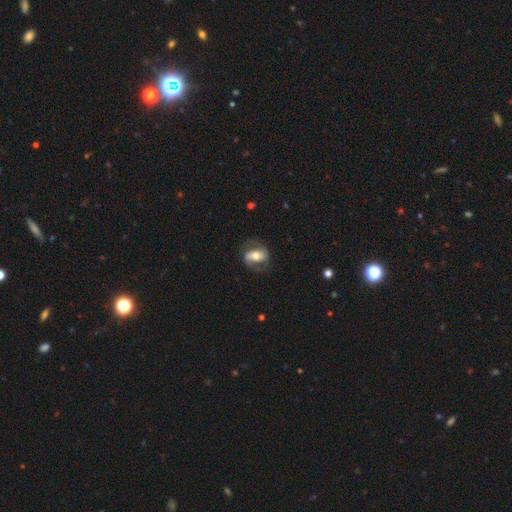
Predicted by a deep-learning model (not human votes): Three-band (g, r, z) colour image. It shows a featured or disk galaxy (68%) with a strong bar (37%), 2 (88%) medium (48%) spiral arms (86%) and a moderate central bulge (64%). Merging: none (71%).